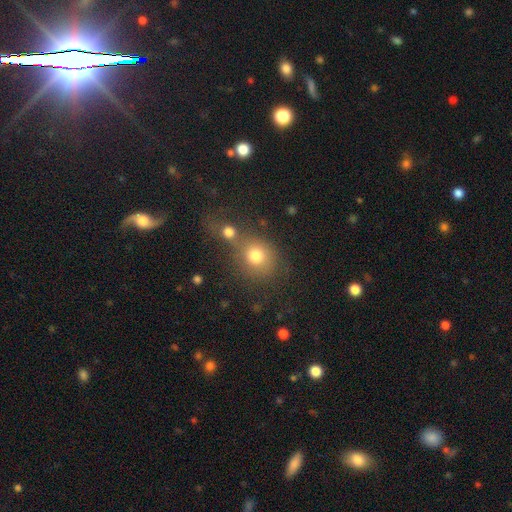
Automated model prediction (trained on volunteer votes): A smooth galaxy with no disk features (77%) that is round (79%). Merging: none (43%).